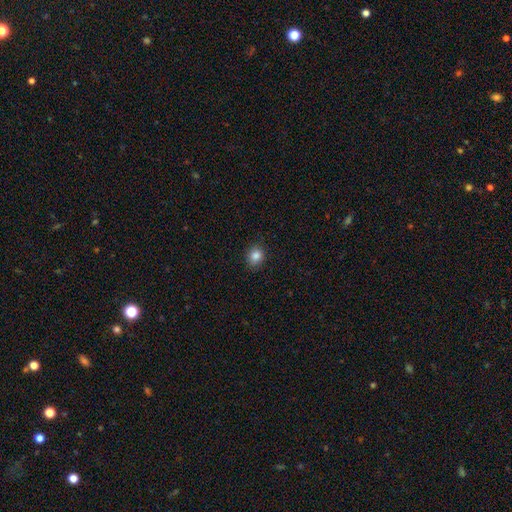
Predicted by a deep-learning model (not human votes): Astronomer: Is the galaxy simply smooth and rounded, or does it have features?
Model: smooth — 84%.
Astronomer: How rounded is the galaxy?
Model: round — 72%.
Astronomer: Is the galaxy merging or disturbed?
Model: none — 87%.